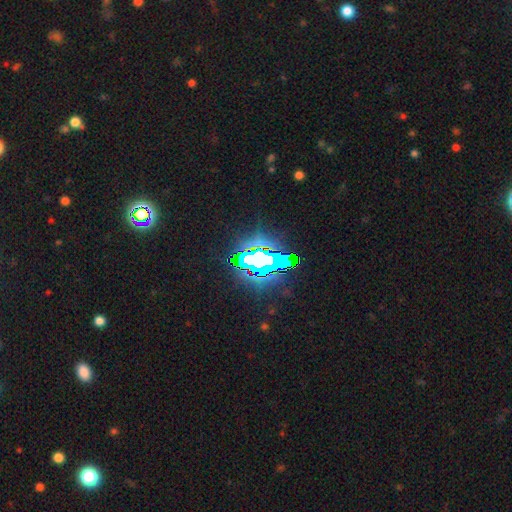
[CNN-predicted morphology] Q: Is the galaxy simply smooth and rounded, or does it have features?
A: star or artifact — 68%.